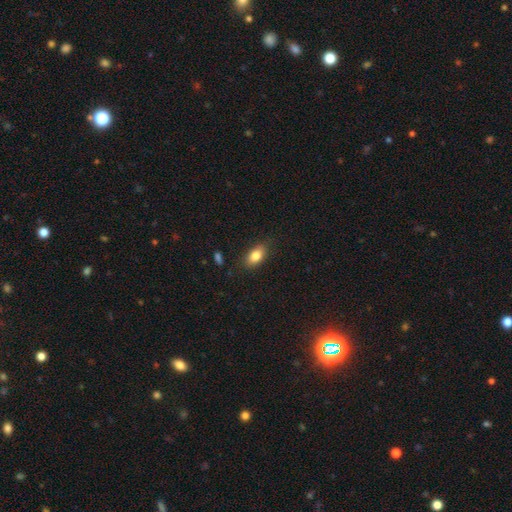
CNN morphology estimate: This is clearly a smooth galaxy (82%). How rounded: clearly in between (87%). Merging: clearly none (83%).